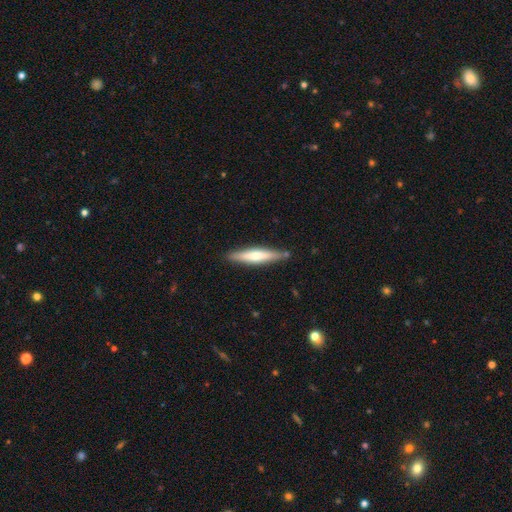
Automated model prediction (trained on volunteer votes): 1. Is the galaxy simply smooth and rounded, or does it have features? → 50% smooth, 45% featured or disk, 5% star or artifact.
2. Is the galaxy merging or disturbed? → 84% none, 11% minor disturbance, 3% merger, 2% major disturbance.